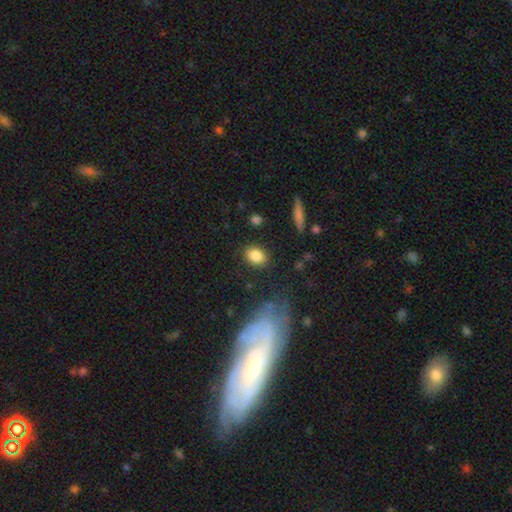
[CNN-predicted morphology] The model was most divided on "how rounded": in between: 68%, round: 31%, cigar-shaped: 2%. More confident: smooth or featured — smooth (85%); merging — none (85%).